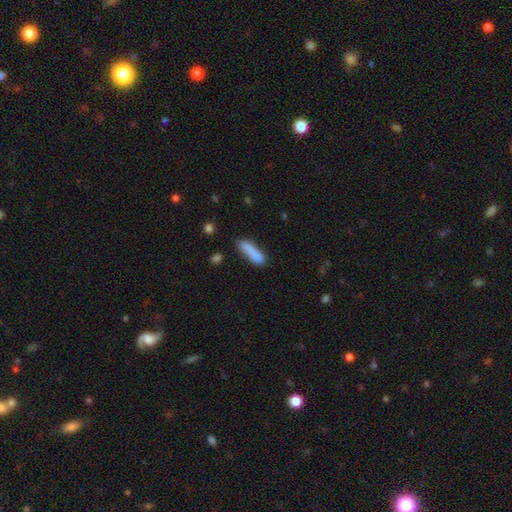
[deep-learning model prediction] smooth 84%, featured or disk 9%, star or artifact 7%. Down the decision tree: how rounded — cigar-shaped (72%); merging — none (68%).